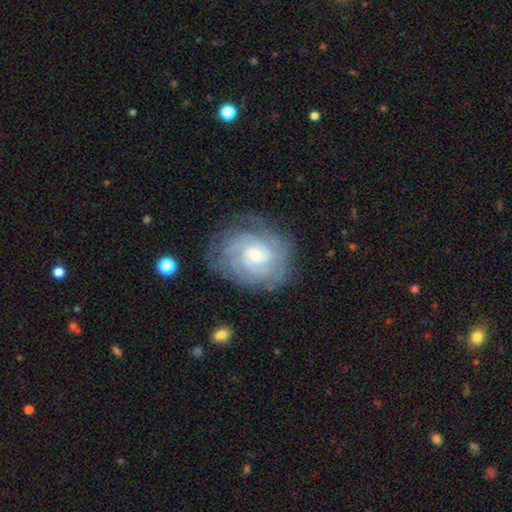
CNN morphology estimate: A featured or disk galaxy (82%) with no bar (64%), tight (73%) spiral arms (95%) and a small central bulge (53%). Merging: none (74%).